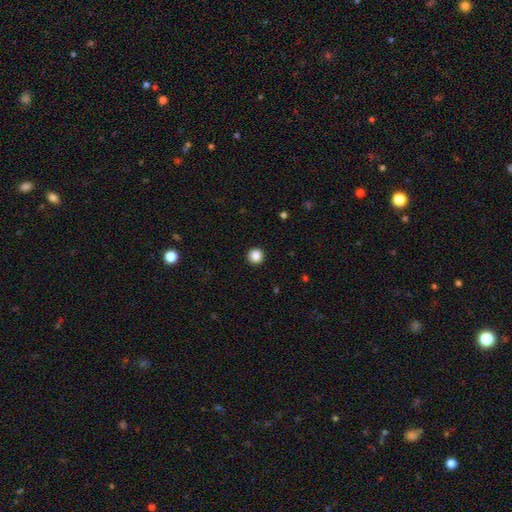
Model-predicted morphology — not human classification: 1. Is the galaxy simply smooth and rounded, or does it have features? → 87% smooth, 10% star or artifact, 3% featured or disk.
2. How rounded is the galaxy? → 95% round, 4% in between, 1% cigar-shaped.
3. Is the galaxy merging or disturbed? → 93% none, 4% minor disturbance, 2% major disturbance, 1% merger.